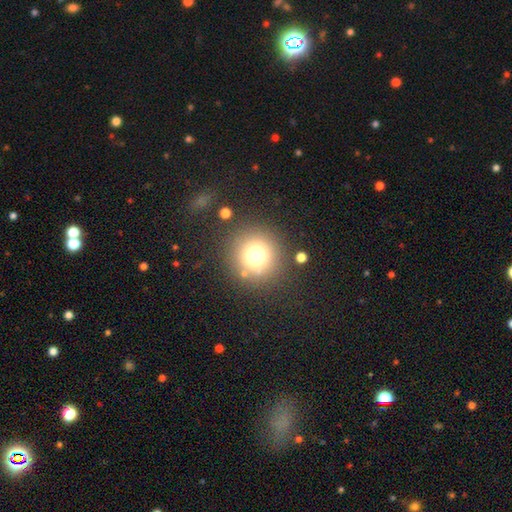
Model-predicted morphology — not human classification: Overall: smooth (73%). How rounded: round (95%). Merging: none (84%).